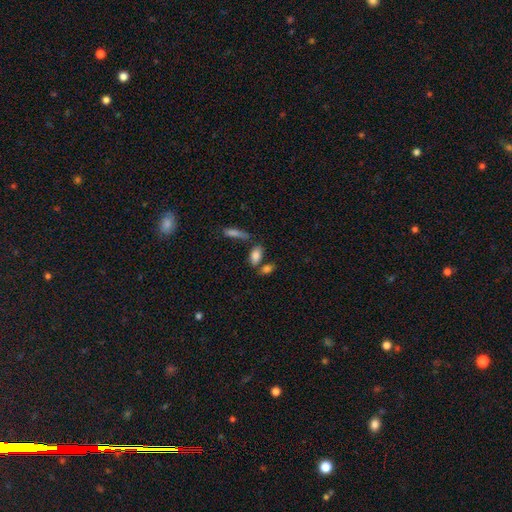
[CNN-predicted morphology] Smooth or featured? Predicted: smooth (p=0.82). How rounded? Predicted: in between (p=0.86). Merging? Predicted: none (p=0.57).